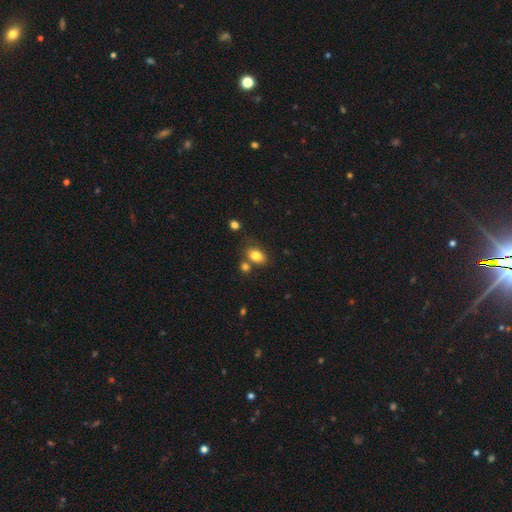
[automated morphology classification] Smooth or featured: smooth — 82% (star or artifact — 9%)
How rounded: in between — 82% (round — 17%)
Merging: none — 65% (merger — 16%)